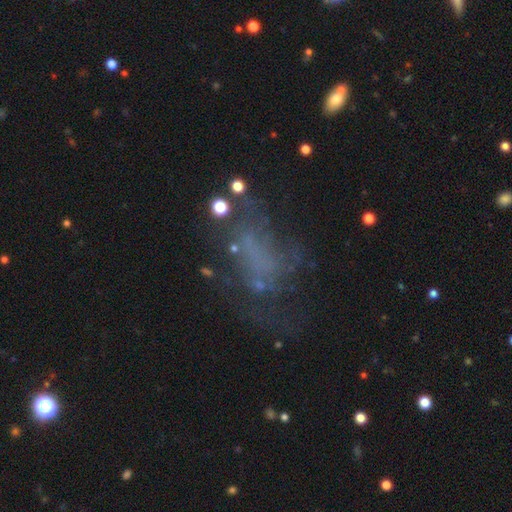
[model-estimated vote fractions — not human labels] A featured or disk galaxy (40%).

Vote fractions:
- Smooth or featured? featured or disk: 40% / star or artifact: 31% / smooth: 29%
- Merging? none: 39% / major disturbance: 35% / minor disturbance: 19% / merger: 6%